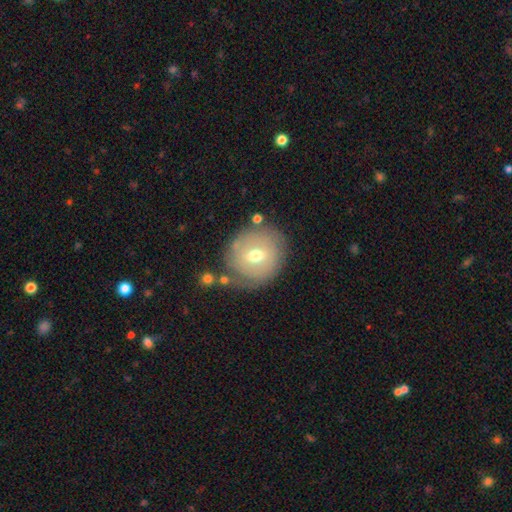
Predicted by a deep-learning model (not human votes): Smooth or featured?
  - smooth: 54% *
  - featured or disk: 38%
  - star or artifact: 8%
How rounded?
  - round: 84% *
  - in between: 15%
  - cigar-shaped: 1%
Merging?
  - none: 70% *
  - minor disturbance: 17%
  - major disturbance: 7%
  - merger: 6%